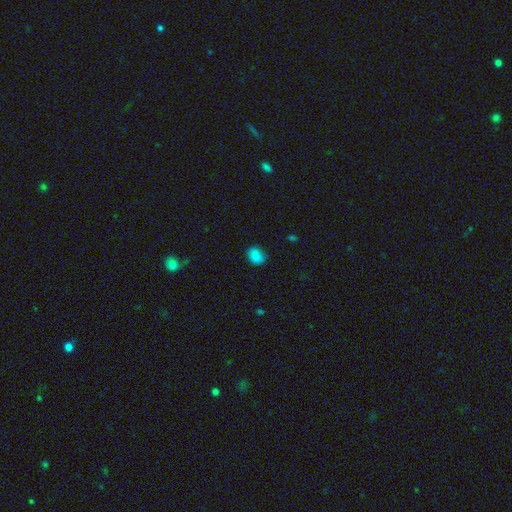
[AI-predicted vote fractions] smooth 85%, star or artifact 11%, featured or disk 4%. Down the decision tree: how rounded — in between (60%); merging — none (80%).